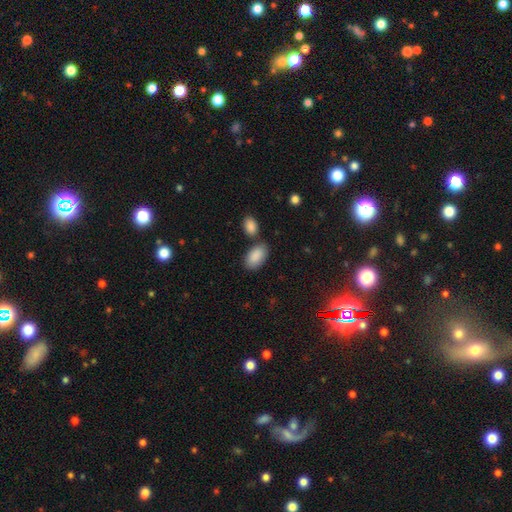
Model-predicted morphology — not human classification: smooth 89%, star or artifact 6%, featured or disk 5%. Down the decision tree: how rounded — in between (95%); merging — none (69%).